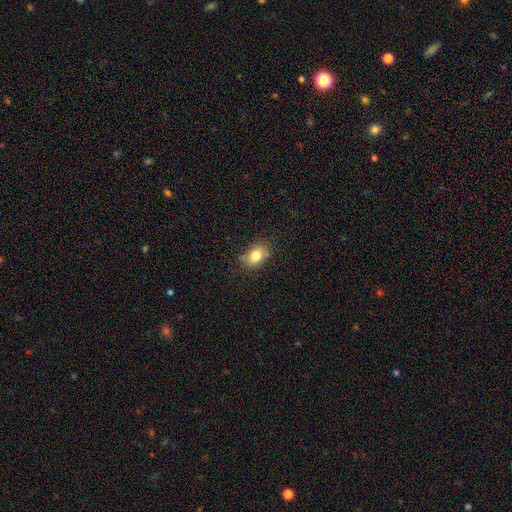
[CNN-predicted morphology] A smooth galaxy with no disk features (79%) that is in between round and cigar-shaped (67%).

Vote fractions:
- Smooth or featured? smooth: 79% / featured or disk: 11% / star or artifact: 10%
- How rounded? in between: 67% / round: 32% / cigar-shaped: 1%
- Merging? none: 73% / minor disturbance: 20% / major disturbance: 4% / merger: 3%